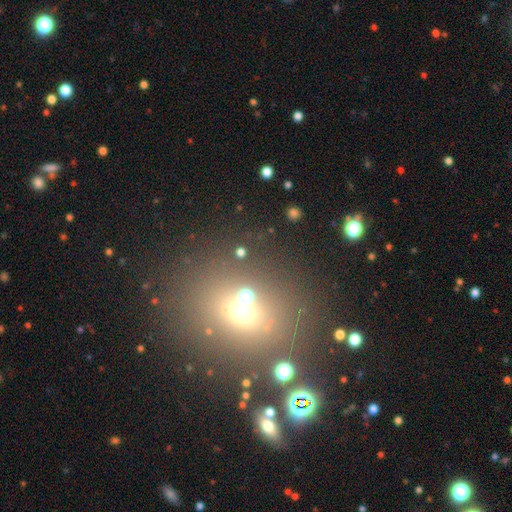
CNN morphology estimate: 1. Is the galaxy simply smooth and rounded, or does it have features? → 44% star or artifact, 38% smooth, 18% featured or disk.